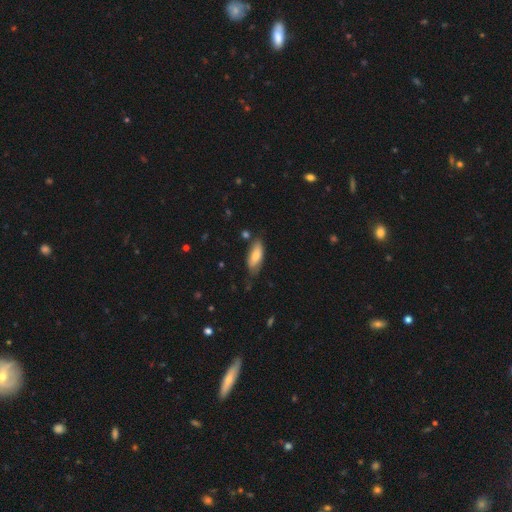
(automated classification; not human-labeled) Smooth or featured? smooth (77%)
How rounded? in between (73%)
Merging? none (65%)